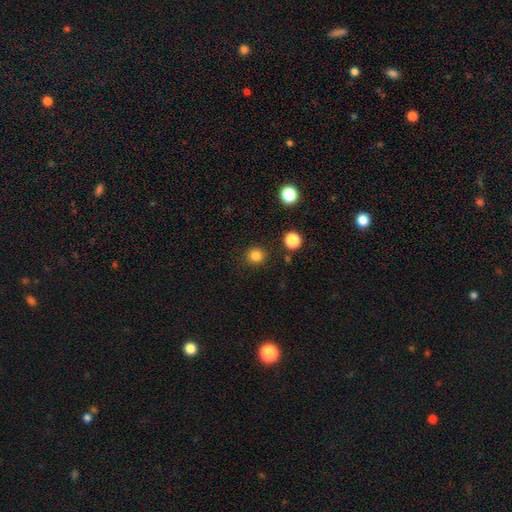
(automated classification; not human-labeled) This appears to be a smooth galaxy with no disk features (83%) that is round (90%). Merging: none (89%).